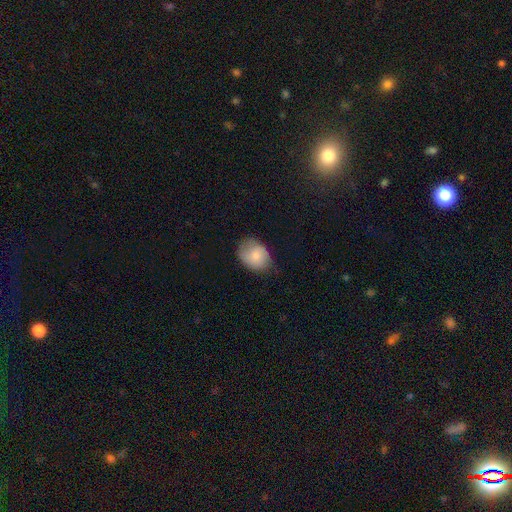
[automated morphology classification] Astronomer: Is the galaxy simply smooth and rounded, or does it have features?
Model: smooth — 79%.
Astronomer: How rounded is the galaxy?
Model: in between — 60% (runner-up: round, 39%).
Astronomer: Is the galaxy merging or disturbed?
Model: none — 67%.